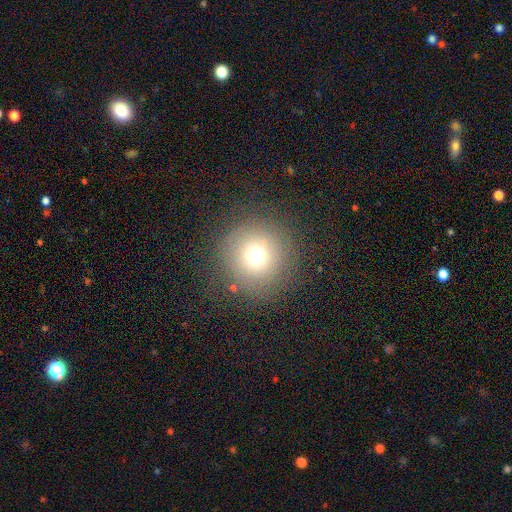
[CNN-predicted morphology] Overall: smooth (70%). How rounded: round (96%). Merging: none (83%).